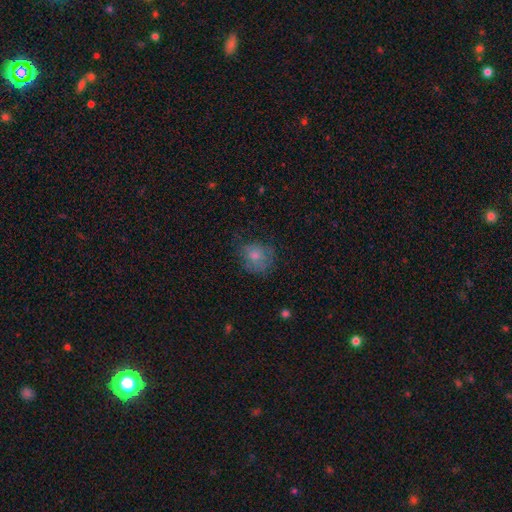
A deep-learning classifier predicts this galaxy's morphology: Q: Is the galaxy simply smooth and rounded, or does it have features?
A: smooth — 70%.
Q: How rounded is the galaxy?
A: round — 72%.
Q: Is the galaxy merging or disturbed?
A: none — 58%.